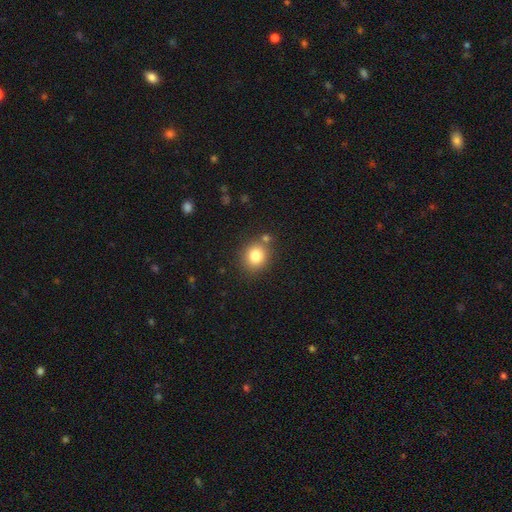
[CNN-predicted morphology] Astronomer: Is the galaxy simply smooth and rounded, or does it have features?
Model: smooth — 81%.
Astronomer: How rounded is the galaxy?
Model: round — 79%.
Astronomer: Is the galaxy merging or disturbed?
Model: none — 78%.